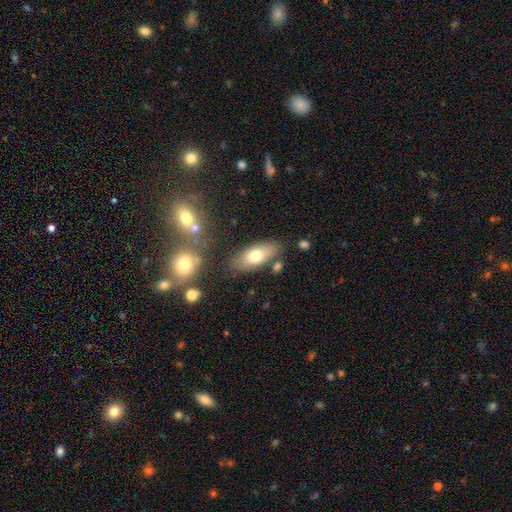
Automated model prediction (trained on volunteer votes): Smooth or featured?
  - smooth: 72% *
  - featured or disk: 21%
  - star or artifact: 7%
How rounded?
  - in between: 80% *
  - cigar-shaped: 17%
  - round: 3%
Merging?
  - none: 78% *
  - minor disturbance: 13%
  - merger: 6%
  - major disturbance: 3%